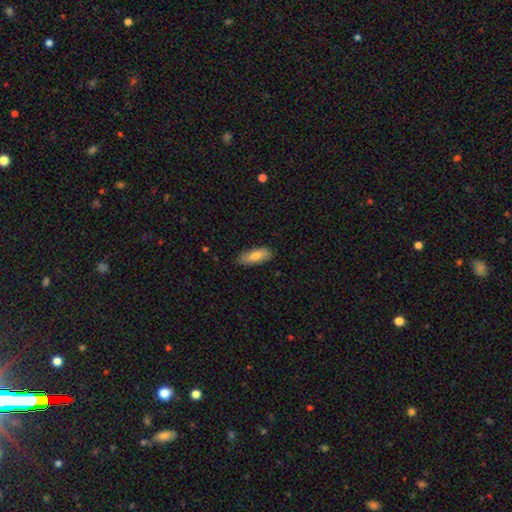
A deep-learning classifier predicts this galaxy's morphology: This appears to be a smooth galaxy with no disk features (78%) that is in between round and cigar-shaped (74%). Merging: none (81%).